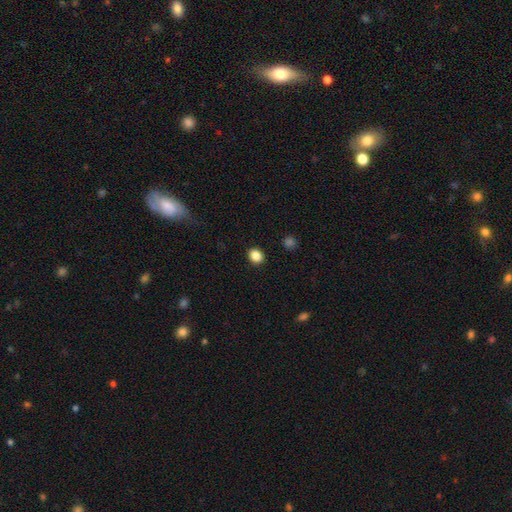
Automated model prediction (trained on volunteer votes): Overall: smooth (86%). How rounded: round (57%; in between 42%). Merging: none (91%).